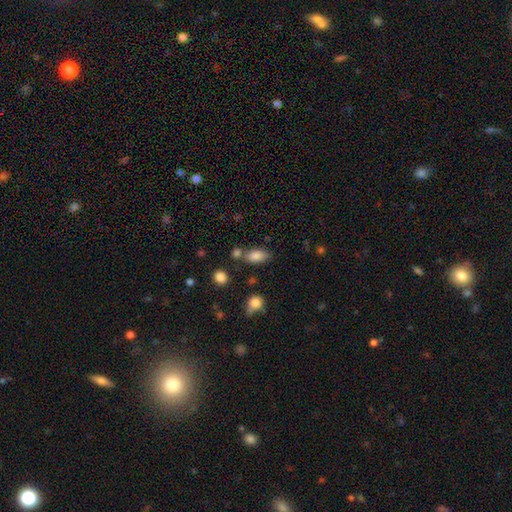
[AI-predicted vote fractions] A smooth galaxy with no disk features (84%) that is in between round and cigar-shaped (88%). Merging: none (62%).